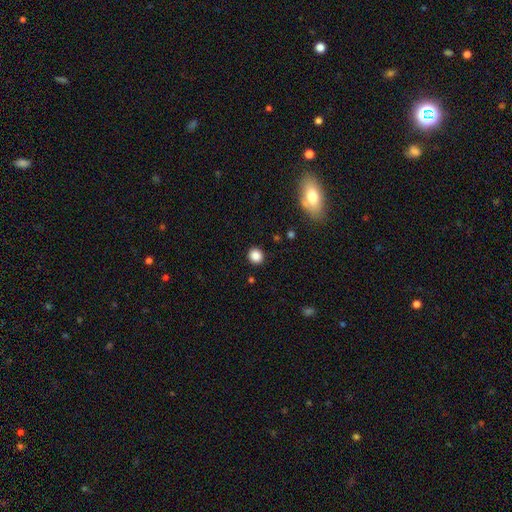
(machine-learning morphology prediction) The model was most divided on "how rounded": round: 87%, in between: 12%, cigar-shaped: 1%. More confident: merging — none (91%); smooth or featured — smooth (86%).